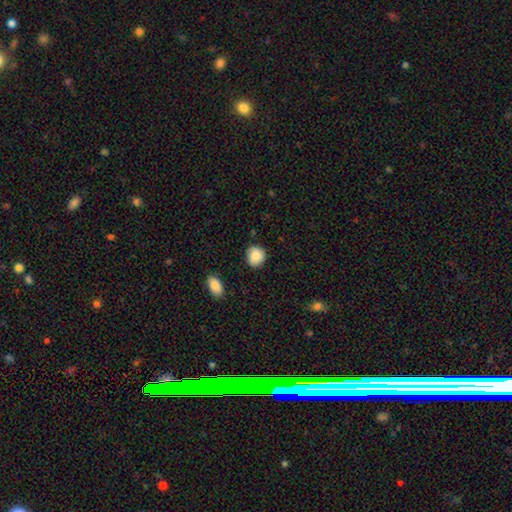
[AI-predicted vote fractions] Morphology: type=smooth (88%); roundness=round (74%); merging=none (81%).